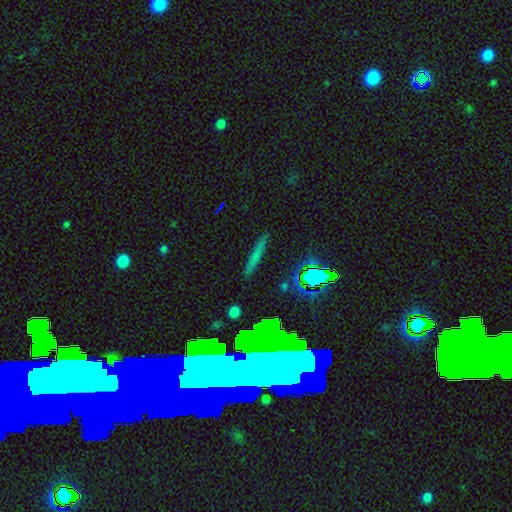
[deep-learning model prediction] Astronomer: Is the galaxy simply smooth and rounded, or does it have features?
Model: smooth — 41% (runner-up: featured or disk, 33%).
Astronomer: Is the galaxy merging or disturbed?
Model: none — 87%.